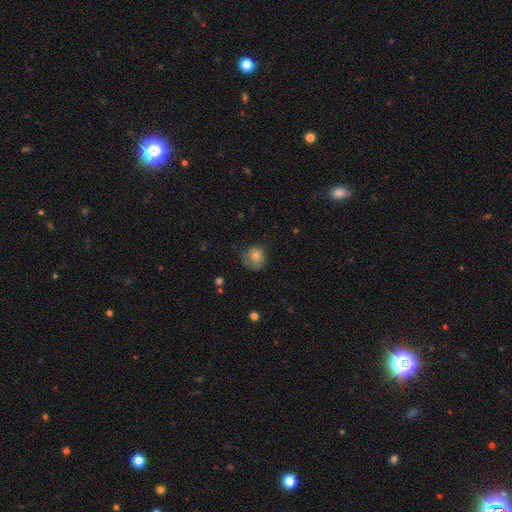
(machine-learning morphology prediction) Q: Smooth or featured?
A: smooth (73%); runner-up: featured or disk (18%)
Q: How rounded?
A: round (74%); runner-up: in between (25%)
Q: Merging?
A: none (51%); runner-up: minor disturbance (29%)